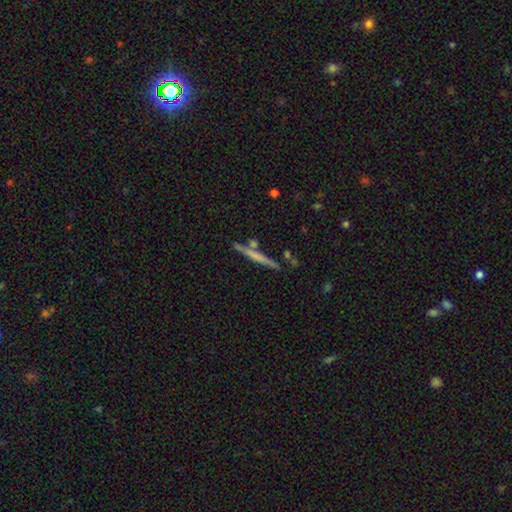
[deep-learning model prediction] Q: Smooth or featured?
A: smooth (47%); tied with: featured or disk (47%)
Q: Merging?
A: none (81%); runner-up: minor disturbance (10%)